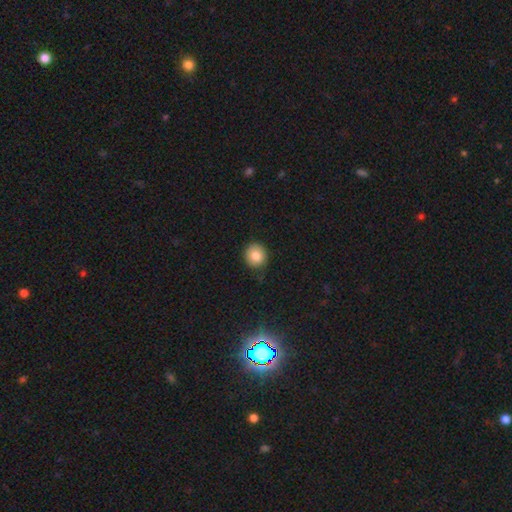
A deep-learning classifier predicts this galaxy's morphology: smooth 83%, star or artifact 10%, featured or disk 7%. Down the decision tree: how rounded — round (87%); merging — none (84%).